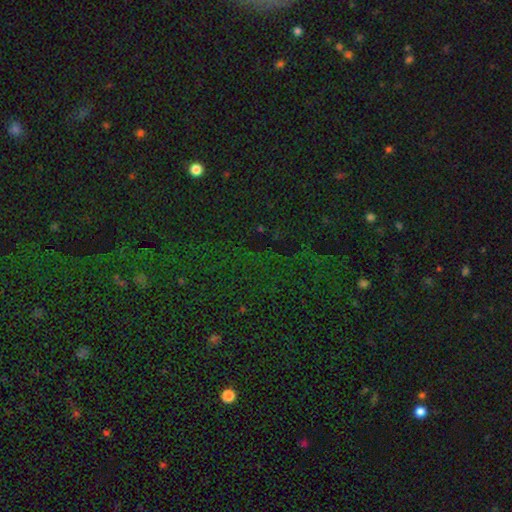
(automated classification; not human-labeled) A star or artifact, not a galaxy (77%).